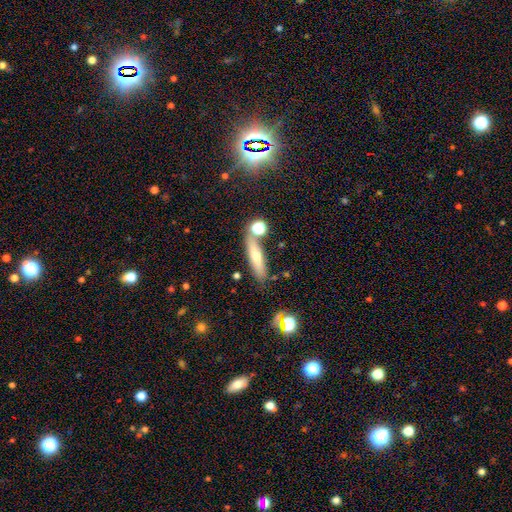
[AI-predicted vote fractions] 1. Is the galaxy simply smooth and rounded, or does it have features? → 60% smooth, 31% featured or disk, 9% star or artifact.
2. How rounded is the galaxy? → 75% cigar-shaped, 22% in between, 3% round.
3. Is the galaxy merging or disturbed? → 71% none, 14% minor disturbance, 11% merger, 4% major disturbance.